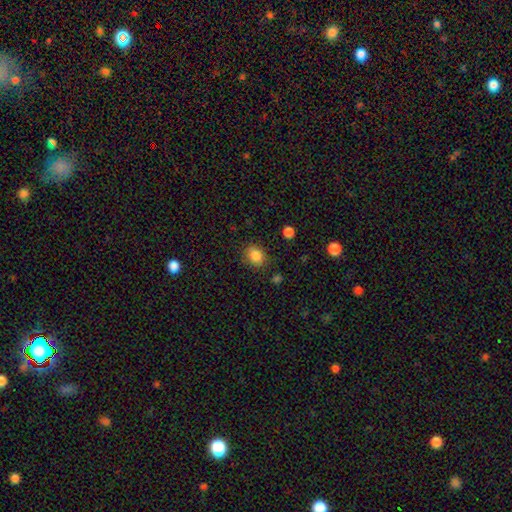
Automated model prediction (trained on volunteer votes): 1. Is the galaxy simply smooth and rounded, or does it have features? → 85% smooth, 10% star or artifact, 4% featured or disk.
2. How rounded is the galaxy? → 52% round, 47% in between, 1% cigar-shaped.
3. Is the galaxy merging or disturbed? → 82% none, 12% minor disturbance, 4% major disturbance, 2% merger.